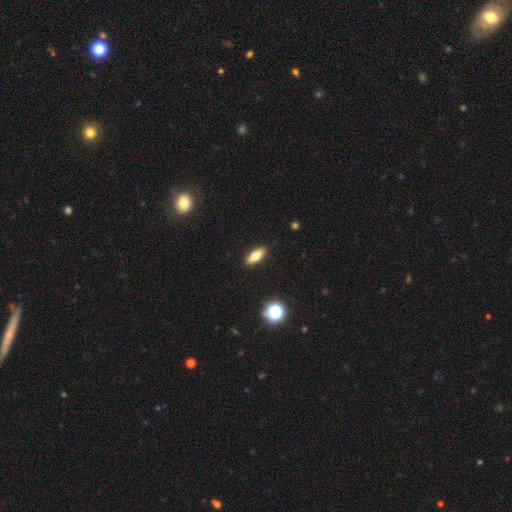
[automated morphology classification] smooth-or-featured: smooth: 70% | featured or disk: 22% | star or artifact: 9%
  how-rounded: in between: 66% | cigar-shaped: 31% | round: 4%
  merging: none: 90% | minor disturbance: 7% | major disturbance: 2% | merger: 1%